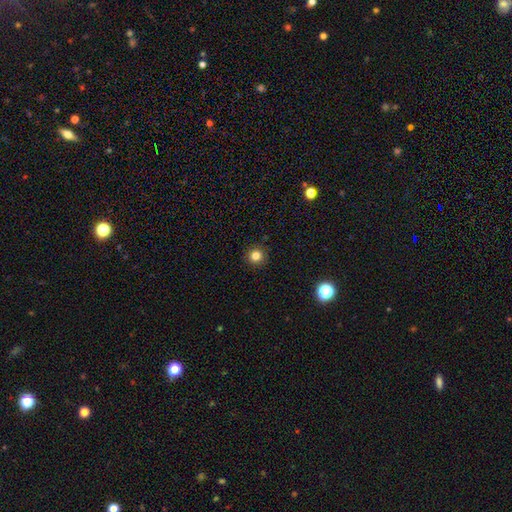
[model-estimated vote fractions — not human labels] Q: Smooth or featured?
A: smooth (82%); runner-up: star or artifact (13%)
Q: How rounded?
A: round (94%); runner-up: in between (5%)
Q: Merging?
A: none (92%); runner-up: minor disturbance (5%)